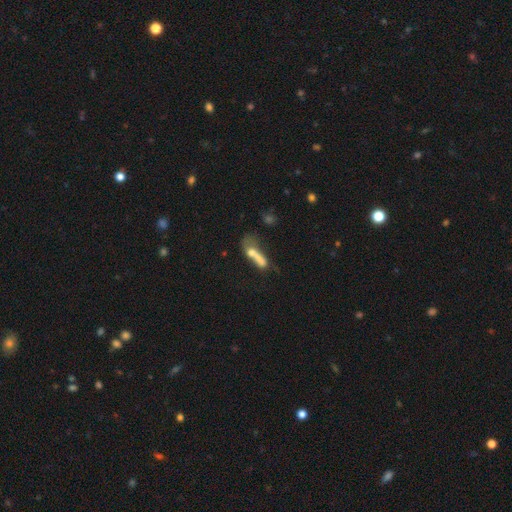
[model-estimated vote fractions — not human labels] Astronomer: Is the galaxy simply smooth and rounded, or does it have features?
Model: smooth — 56% (runner-up: featured or disk, 32%).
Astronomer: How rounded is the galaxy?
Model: cigar-shaped — 49% (runner-up: in between, 43%).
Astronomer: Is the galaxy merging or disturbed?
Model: merger — 36% (runner-up: major disturbance, 32%).